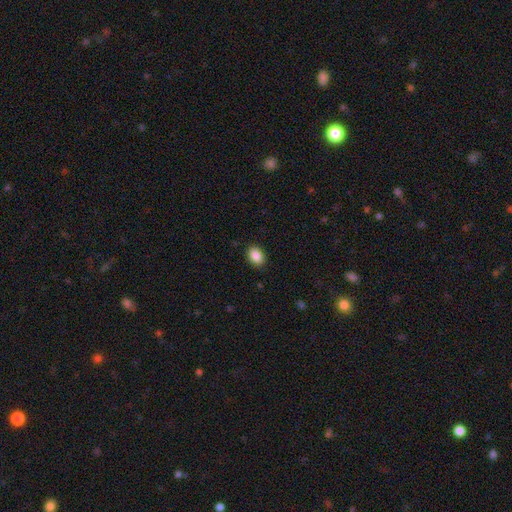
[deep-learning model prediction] smooth_or_featured: smooth (p=0.88) [alt: star or artifact p=0.08]
how_rounded: in between (p=0.80) [alt: round p=0.19]
merging: none (p=0.89) [alt: minor disturbance p=0.08]